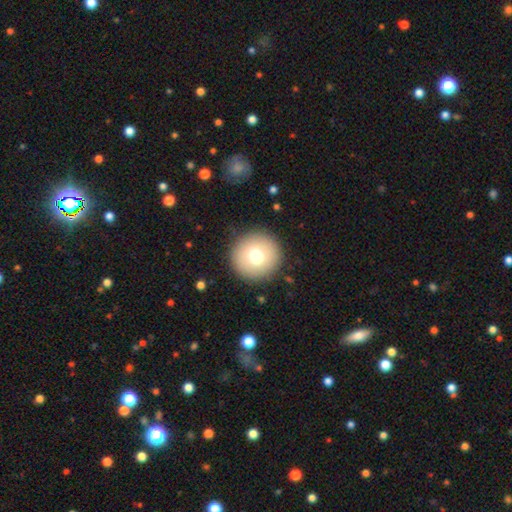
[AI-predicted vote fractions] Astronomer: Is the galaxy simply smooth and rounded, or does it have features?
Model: smooth — 73%.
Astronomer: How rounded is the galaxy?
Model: round — 96%.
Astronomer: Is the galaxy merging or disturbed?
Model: none — 91%.